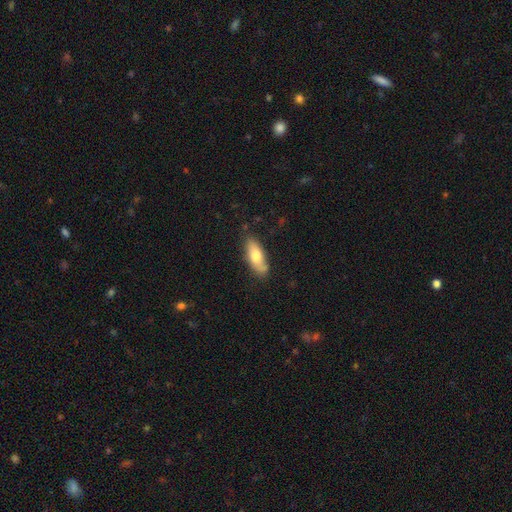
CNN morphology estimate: Smooth or featured?
  - smooth: 70% *
  - featured or disk: 24%
  - star or artifact: 6%
How rounded?
  - in between: 73% *
  - cigar-shaped: 25%
  - round: 2%
Merging?
  - none: 77% *
  - minor disturbance: 17%
  - major disturbance: 3%
  - merger: 3%